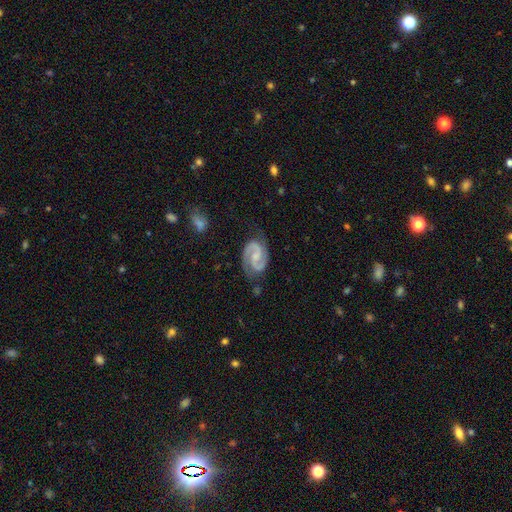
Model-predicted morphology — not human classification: Smooth or featured? Predicted: featured or disk (p=0.92). Edge-on disk? Predicted: no (p=0.98). Bar? Predicted: weak (p=0.44). Spiral arms? Predicted: yes (p=0.99). Spiral winding? Predicted: medium (p=0.55). Spiral arm count? Predicted: 2 (p=0.94). Bulge size? Predicted: small (p=0.46). Merging? Predicted: none (p=0.79).